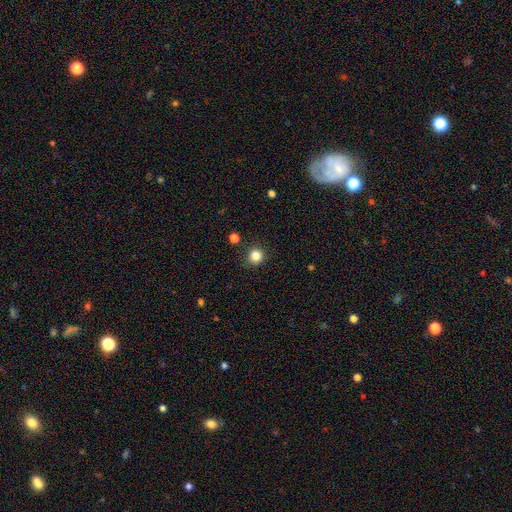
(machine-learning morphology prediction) This appears to be a smooth galaxy with no disk features (83%) that is round (93%). Merging: none (90%).